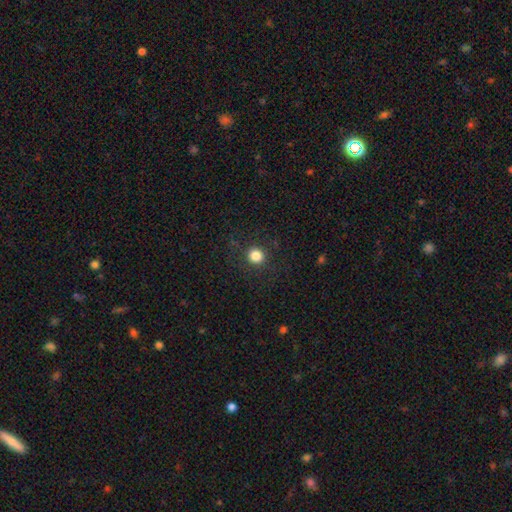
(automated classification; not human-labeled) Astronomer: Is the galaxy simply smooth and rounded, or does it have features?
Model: smooth — 83%.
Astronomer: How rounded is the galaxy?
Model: round — 93%.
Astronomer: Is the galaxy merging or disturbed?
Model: none — 89%.